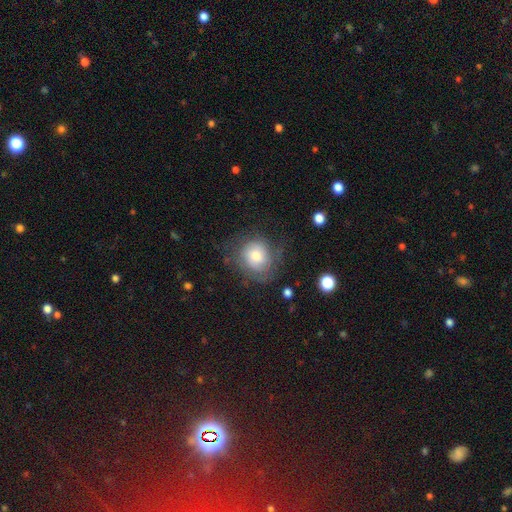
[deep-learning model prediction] This appears to be a smooth galaxy with no disk features (59%) that is round (83%). Merging: none (61%).